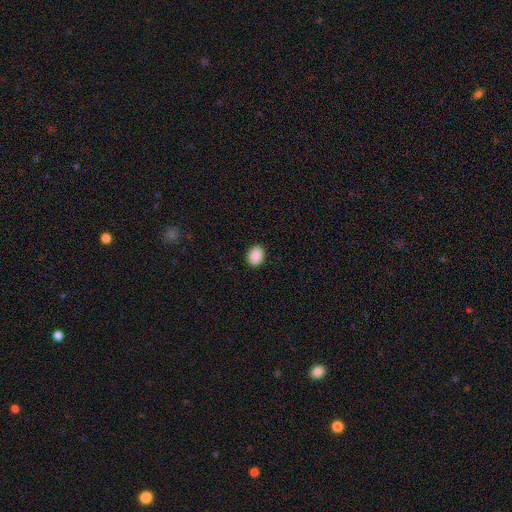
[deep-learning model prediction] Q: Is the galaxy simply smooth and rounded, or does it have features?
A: smooth — 90%.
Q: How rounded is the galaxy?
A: in between — 67%.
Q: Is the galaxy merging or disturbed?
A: none — 90%.